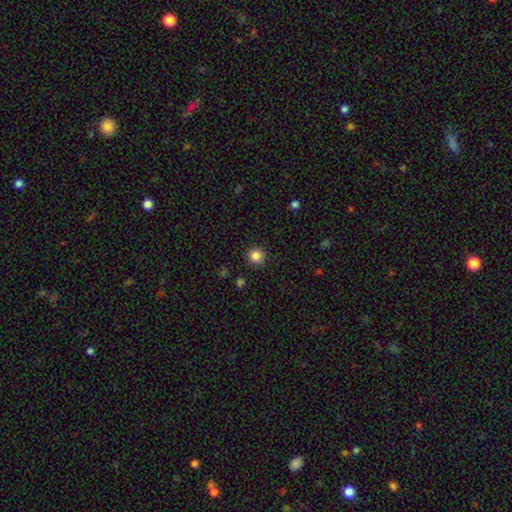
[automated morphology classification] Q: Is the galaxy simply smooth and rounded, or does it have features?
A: smooth — 85%.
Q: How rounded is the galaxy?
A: round — 94%.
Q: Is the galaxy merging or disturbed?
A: none — 91%.